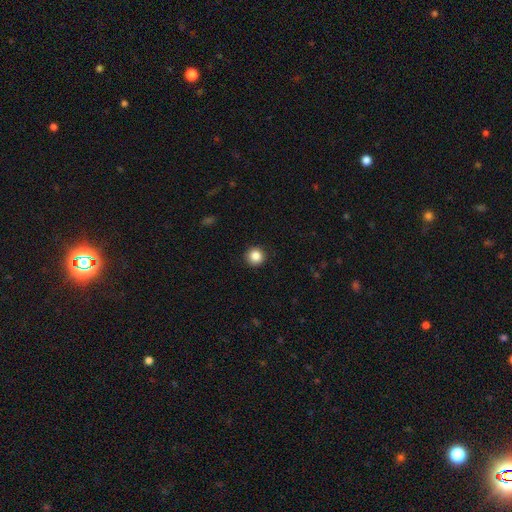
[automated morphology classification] Smooth or featured: smooth — 86% (star or artifact — 10%)
How rounded: round — 95% (in between — 4%)
Merging: none — 92% (minor disturbance — 6%)